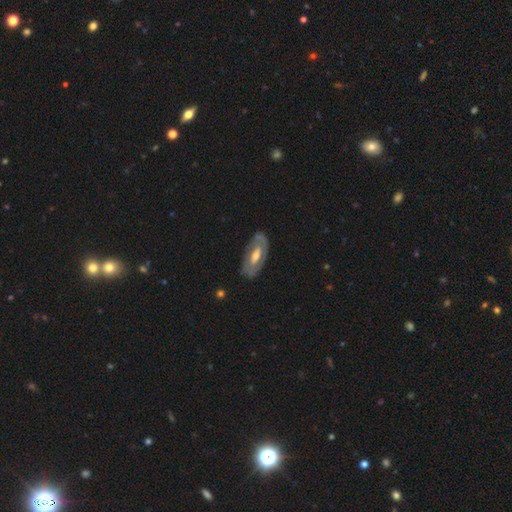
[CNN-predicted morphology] Smooth or featured? Predicted: featured or disk (p=0.71). Edge-on disk? Predicted: no (p=0.88). Bar? Predicted: weak (p=0.41). Spiral arms? Predicted: yes (p=0.57). Bulge size? Predicted: moderate (p=0.68). Merging? Predicted: none (p=0.82).